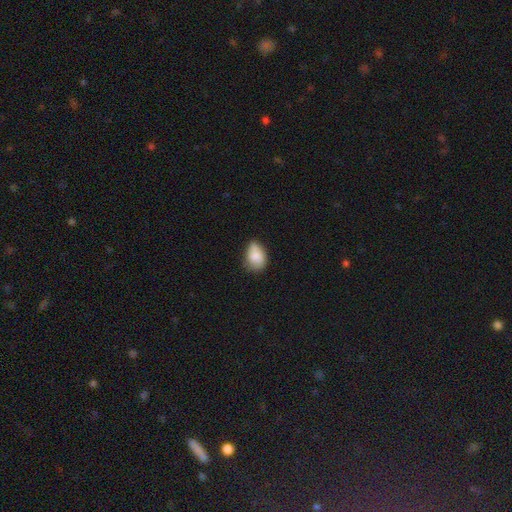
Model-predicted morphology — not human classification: smooth 82%, featured or disk 10%, star or artifact 8%. Down the decision tree: how rounded — in between (75%); merging — none (48%).